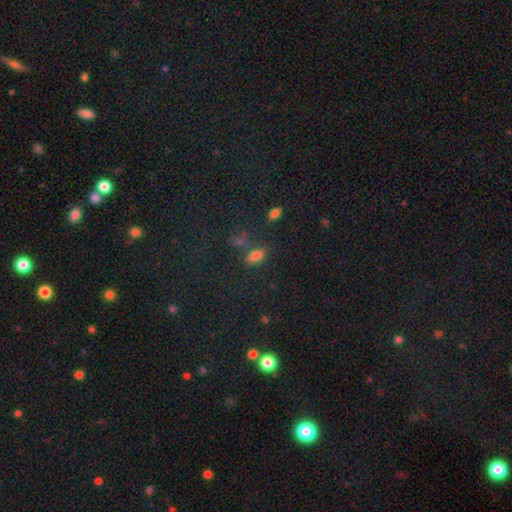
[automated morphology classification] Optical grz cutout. It shows a smooth galaxy with no disk features (76%) that is in between round and cigar-shaped (85%). Merging: none (67%).